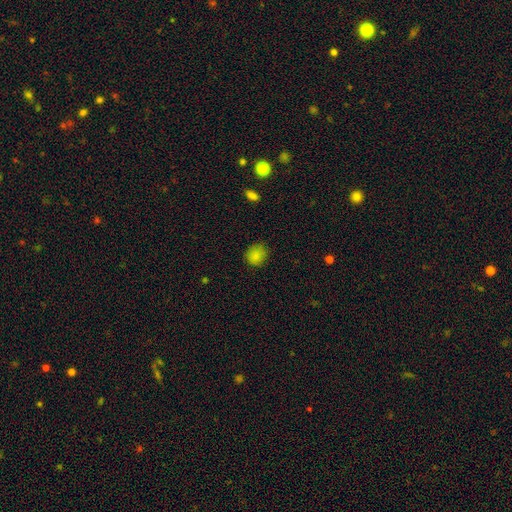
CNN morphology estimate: A smooth galaxy with no disk features (83%) that is round (80%). Merging: none (82%).